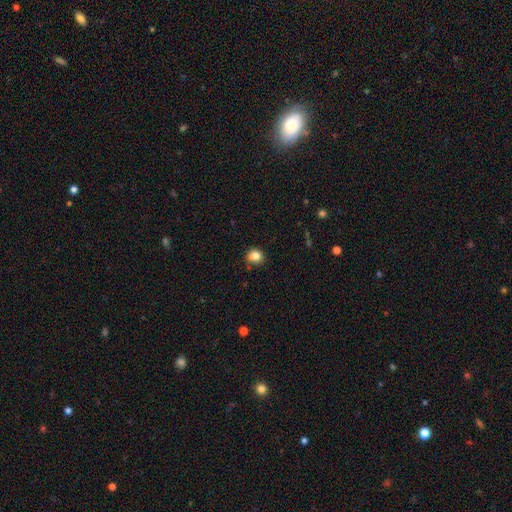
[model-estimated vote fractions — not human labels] smooth-or-featured: smooth: 82% | star or artifact: 11% | featured or disk: 7%
  how-rounded: round: 76% | in between: 23% | cigar-shaped: 1%
  merging: none: 75% | minor disturbance: 19% | major disturbance: 3% | merger: 3%